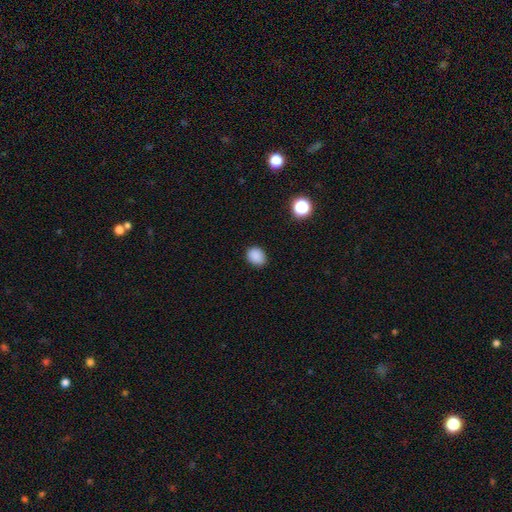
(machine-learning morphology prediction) A smooth galaxy with no disk features (87%) that is in between round and cigar-shaped (52%).

Vote fractions:
- Smooth or featured? smooth: 87% / star or artifact: 10% / featured or disk: 3%
- How rounded? in between: 52% / round: 47% / cigar-shaped: 1%
- Merging? none: 86% / minor disturbance: 10% / major disturbance: 2% / merger: 1%